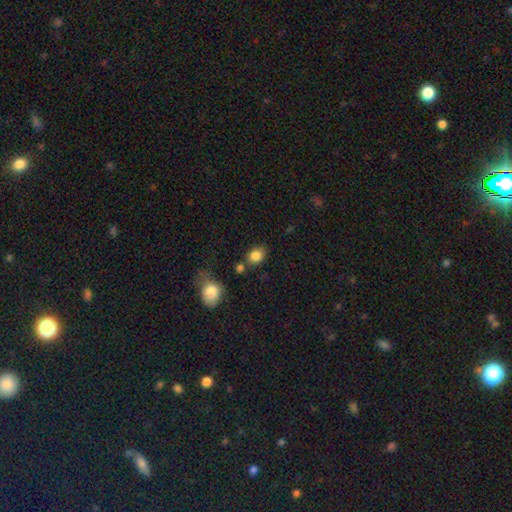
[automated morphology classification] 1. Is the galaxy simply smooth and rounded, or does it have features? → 85% smooth, 9% star or artifact, 6% featured or disk.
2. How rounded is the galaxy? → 57% in between, 42% round, 1% cigar-shaped.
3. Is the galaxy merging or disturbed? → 71% none, 15% minor disturbance, 10% merger, 4% major disturbance.